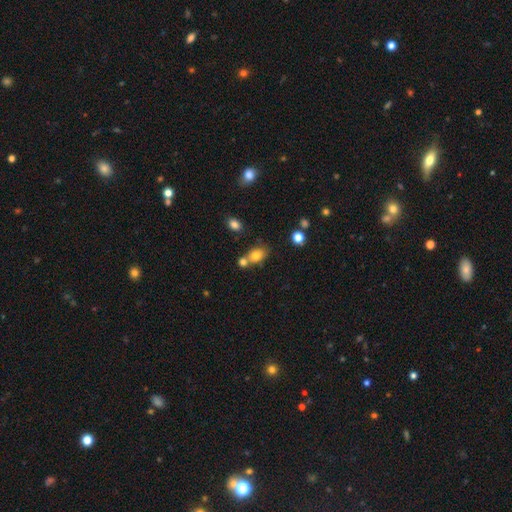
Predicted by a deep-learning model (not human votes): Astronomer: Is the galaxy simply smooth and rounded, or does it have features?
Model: smooth — 76%.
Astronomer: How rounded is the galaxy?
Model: in between — 70%.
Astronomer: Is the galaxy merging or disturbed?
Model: none — 52% (runner-up: merger, 31%).